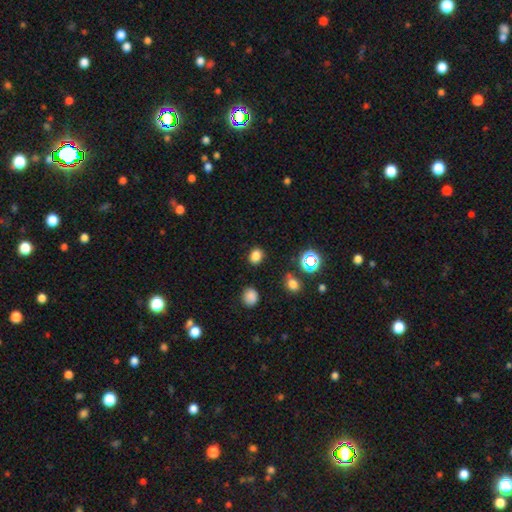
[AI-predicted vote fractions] Smooth or featured?
  - smooth: 80% *
  - star or artifact: 16%
  - featured or disk: 4%
How rounded?
  - in between: 54% *
  - round: 45%
  - cigar-shaped: 1%
Merging?
  - none: 86% *
  - minor disturbance: 9%
  - major disturbance: 3%
  - merger: 2%